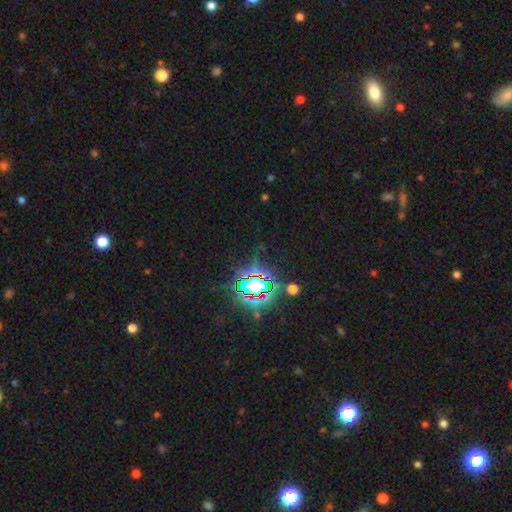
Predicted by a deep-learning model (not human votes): Morphology: type=star or artifact (81%).